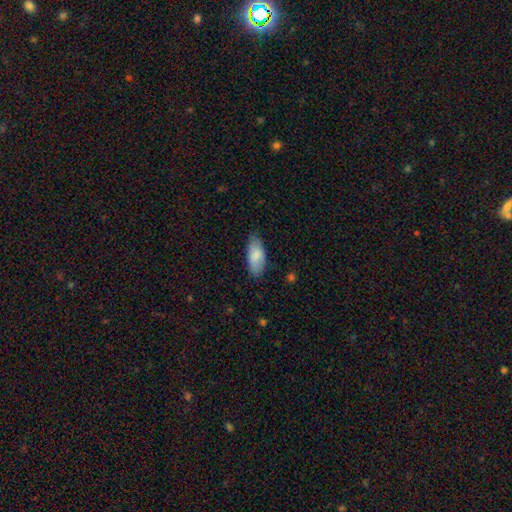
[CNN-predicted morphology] smooth 84%, featured or disk 10%, star or artifact 6%. Down the decision tree: how rounded — in between (89%); merging — none (80%).